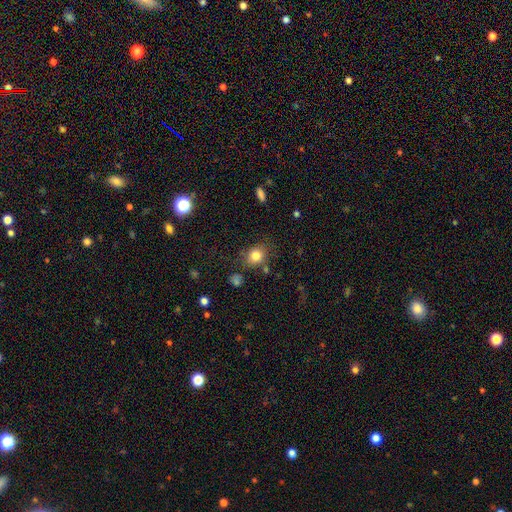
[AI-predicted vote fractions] This is clearly a smooth galaxy (81%). How rounded: likely round (60%). Merging: likely none (74%).